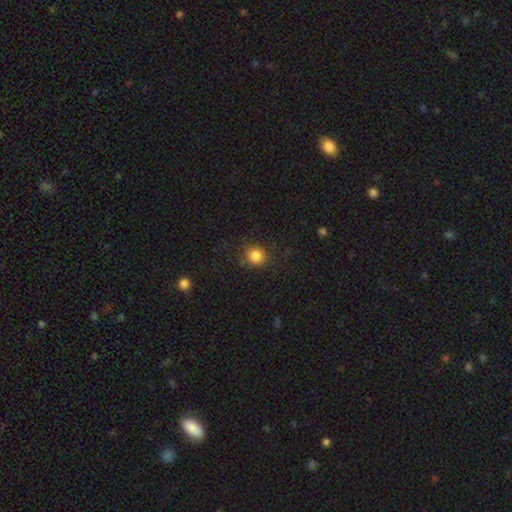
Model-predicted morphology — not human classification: smooth-or-featured: smooth: 84% | star or artifact: 11% | featured or disk: 4%
  how-rounded: round: 89% | in between: 10% | cigar-shaped: 1%
  merging: none: 84% | minor disturbance: 11% | major disturbance: 3% | merger: 2%